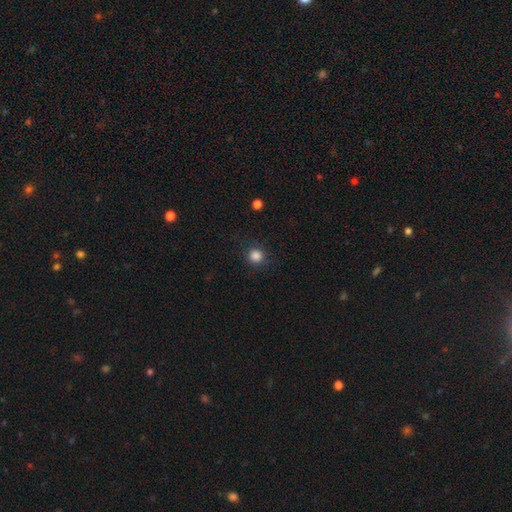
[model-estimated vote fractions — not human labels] Smooth or featured? Predicted: smooth (p=0.86). How rounded? Predicted: round (p=0.93). Merging? Predicted: none (p=0.88).